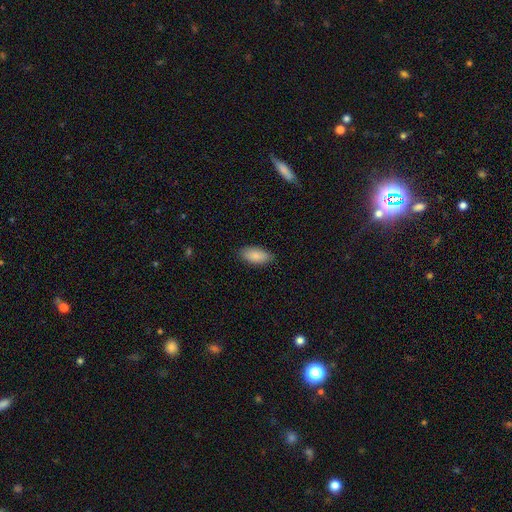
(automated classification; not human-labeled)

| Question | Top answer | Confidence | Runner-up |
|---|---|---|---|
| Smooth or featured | smooth | 88% | star or artifact (6%) |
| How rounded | in between | 89% | cigar-shaped (9%) |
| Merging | none | 85% | minor disturbance (12%) |